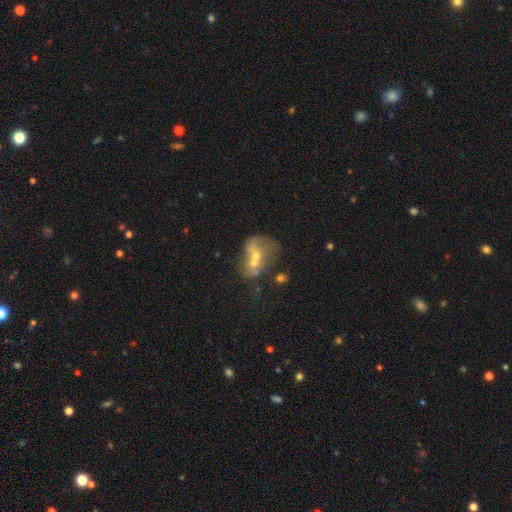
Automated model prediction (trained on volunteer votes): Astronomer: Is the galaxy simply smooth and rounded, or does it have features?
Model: featured or disk — 45% (runner-up: smooth, 39%).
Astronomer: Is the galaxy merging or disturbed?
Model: merger — 62%.